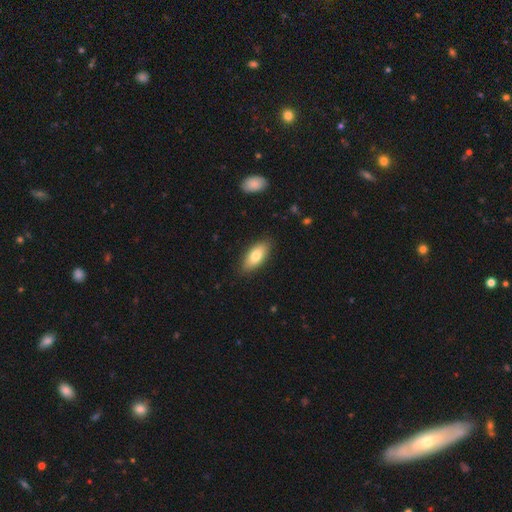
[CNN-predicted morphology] A smooth galaxy with no disk features (78%) that is in between round and cigar-shaped (85%). Merging: none (86%).